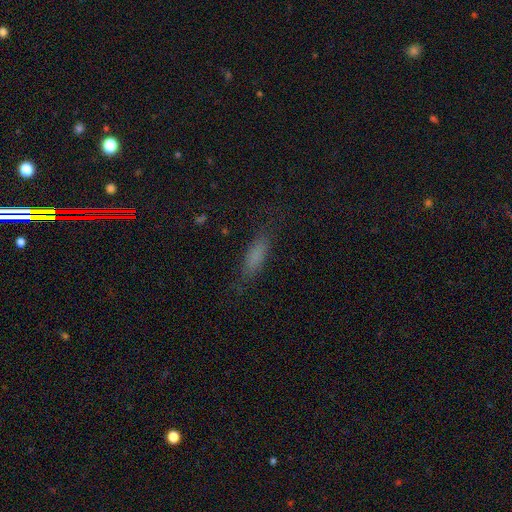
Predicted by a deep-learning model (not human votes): Smooth or featured: smooth — 76% (featured or disk — 13%)
How rounded: cigar-shaped — 58% (in between — 39%)
Merging: none — 76% (minor disturbance — 16%)